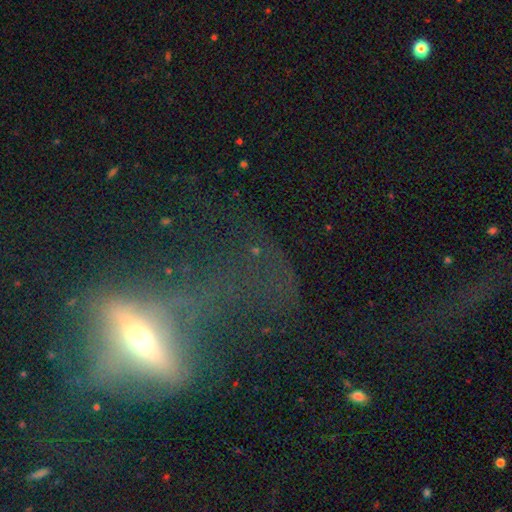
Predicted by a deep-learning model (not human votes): Smooth or featured? featured or disk (52%)
Edge-on disk? yes (60%)
Merging? major disturbance (42%)